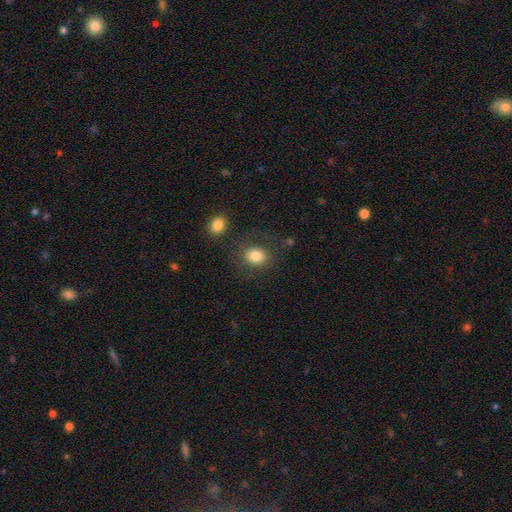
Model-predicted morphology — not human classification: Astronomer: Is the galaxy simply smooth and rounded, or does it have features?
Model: smooth — 82%.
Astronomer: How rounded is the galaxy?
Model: round — 50% (runner-up: in between, 49%).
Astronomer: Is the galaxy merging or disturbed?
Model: none — 74%.